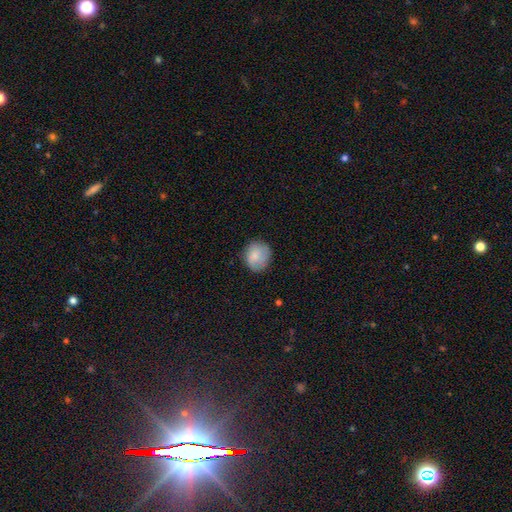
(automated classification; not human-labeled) smooth_or_featured: smooth (p=0.82) [alt: featured or disk p=0.11]
how_rounded: round (p=0.77) [alt: in between p=0.22]
merging: none (p=0.78) [alt: minor disturbance p=0.17]